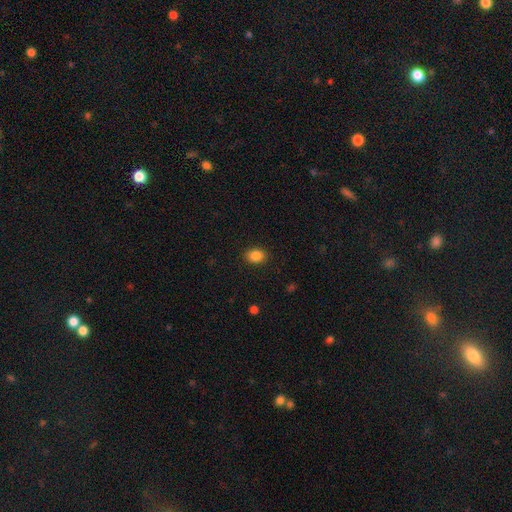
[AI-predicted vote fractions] smooth 86%, star or artifact 10%, featured or disk 4%. Down the decision tree: how rounded — in between (60%); merging — none (89%).